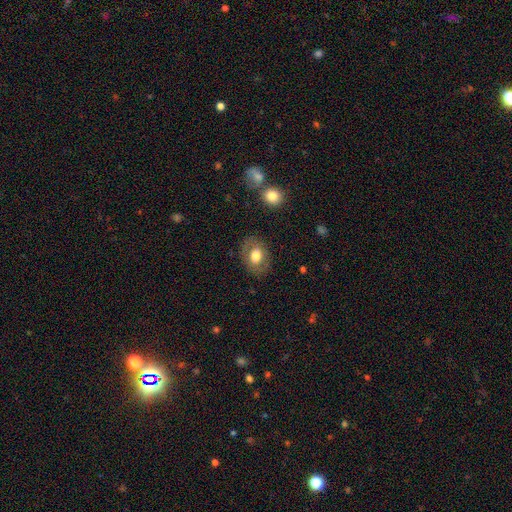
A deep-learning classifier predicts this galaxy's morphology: Overall: smooth (65%; featured or disk 27%). How rounded: in between (69%; round 30%). Merging: none (82%).